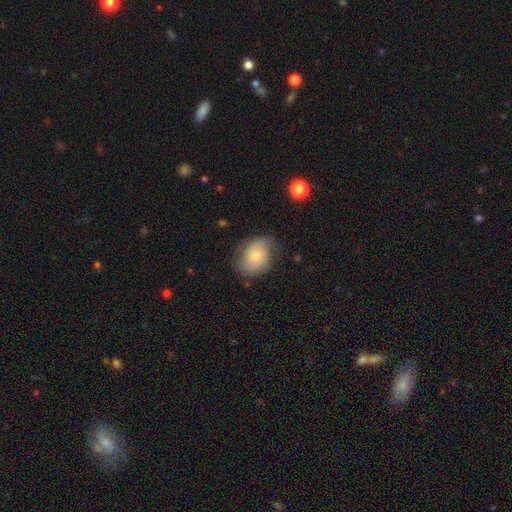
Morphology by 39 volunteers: Volunteers were most divided on "merging": none: 54%, minor disturbance: 35%, major disturbance: 8%, merger: 3%. More confident: how rounded — round (68%); smooth or featured — smooth (64%).